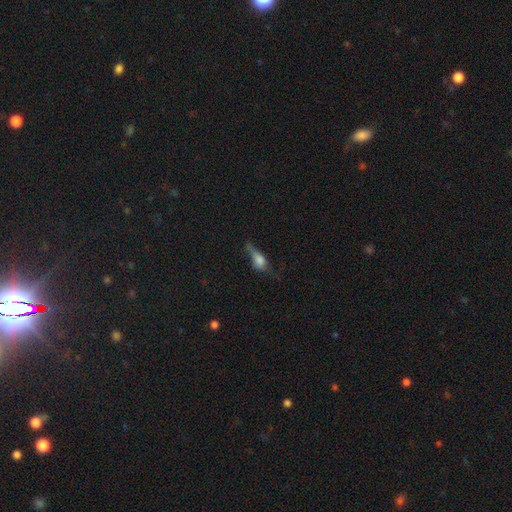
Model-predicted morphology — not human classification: Q: Smooth or featured?
A: smooth (41%); runner-up: featured or disk (40%)
Q: Merging?
A: none (40%); runner-up: major disturbance (28%)